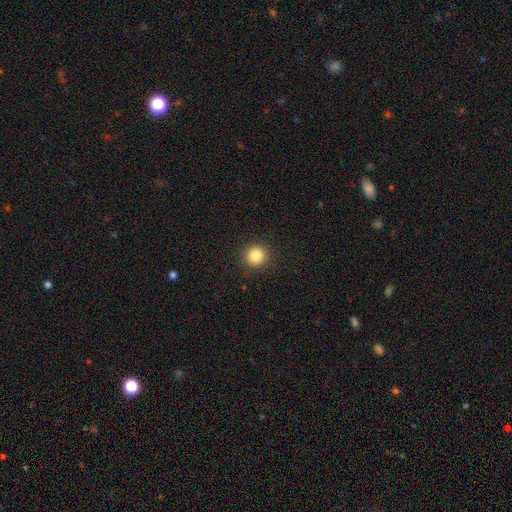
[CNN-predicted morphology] smooth 84%, star or artifact 11%, featured or disk 5%. Down the decision tree: how rounded — round (94%); merging — none (92%).